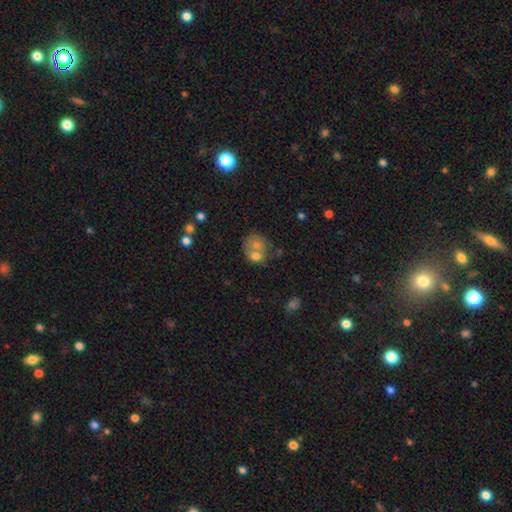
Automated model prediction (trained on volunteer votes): smooth_or_featured: smooth (p=0.62) [alt: featured or disk p=0.29]
how_rounded: round (p=0.64) [alt: in between p=0.35]
merging: merger (p=0.60) [alt: none p=0.25]